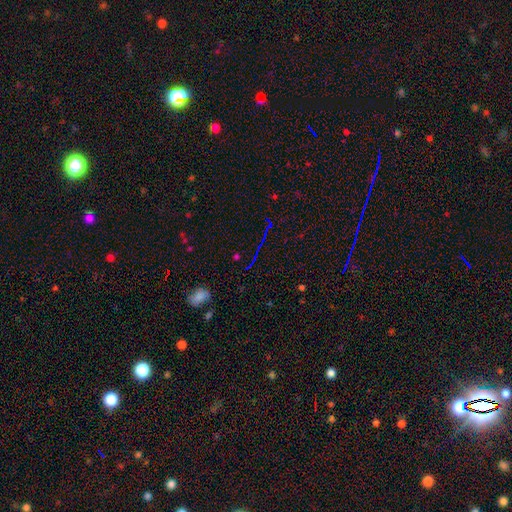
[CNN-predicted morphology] This is likely a star or artifact rather than a galaxy (72%).